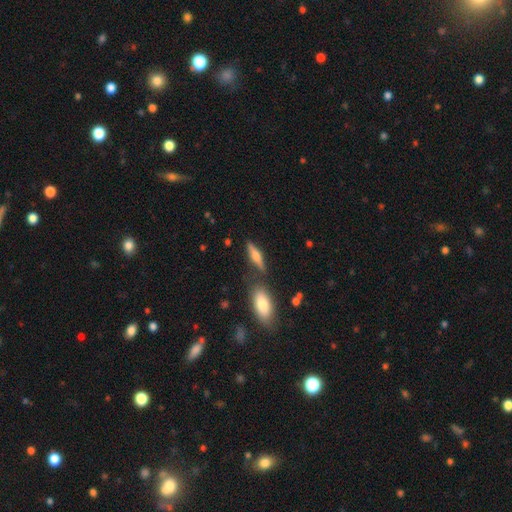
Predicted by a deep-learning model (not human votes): Q: Smooth or featured?
A: featured or disk (47%); runner-up: smooth (45%)
Q: Merging?
A: none (73%); runner-up: minor disturbance (13%)